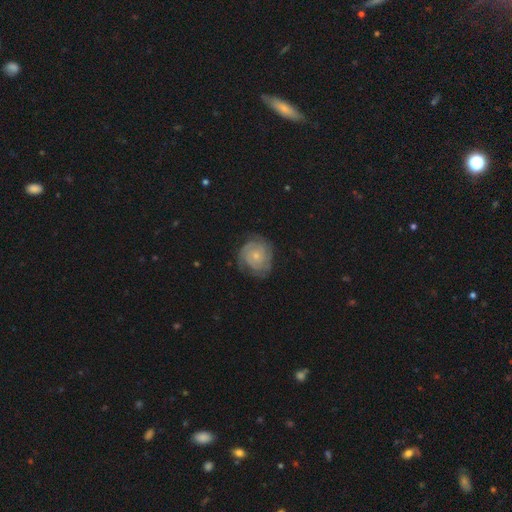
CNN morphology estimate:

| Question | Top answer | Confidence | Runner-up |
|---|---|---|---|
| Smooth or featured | featured or disk | 69% | smooth (25%) |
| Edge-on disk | no | 98% | yes (2%) |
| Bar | no | 81% | weak (17%) |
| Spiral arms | yes | 89% | no (11%) |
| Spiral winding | tight | 71% | medium (23%) |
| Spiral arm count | can't tell | 39% | 2 (27%) |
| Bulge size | small | 65% | moderate (29%) |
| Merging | none | 70% | minor disturbance (21%) |